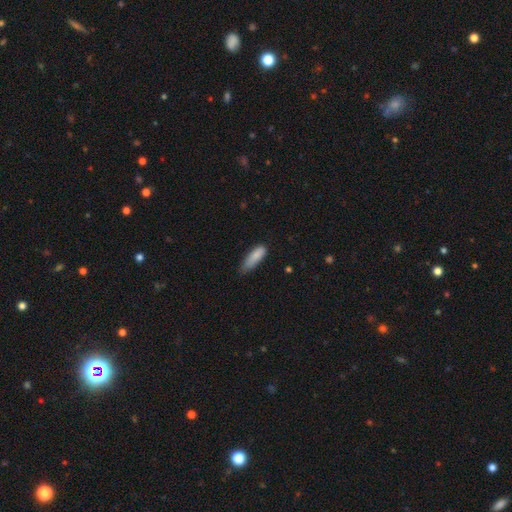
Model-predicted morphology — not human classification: Smooth or featured: smooth — 84% (featured or disk — 9%)
How rounded: in between — 51% (cigar-shaped — 47%)
Merging: none — 45% (minor disturbance — 44%)